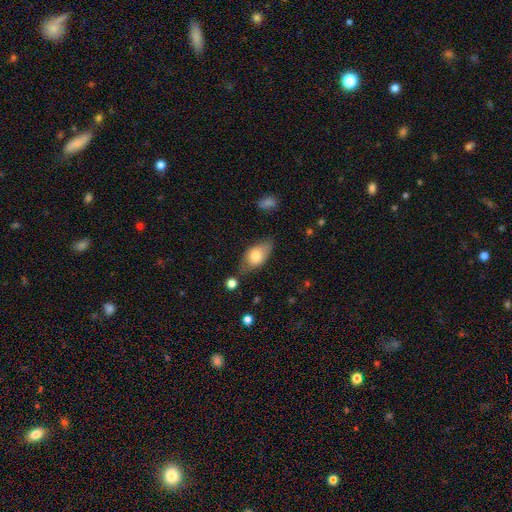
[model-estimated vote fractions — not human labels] smooth 71%, featured or disk 22%, star or artifact 7%. Down the decision tree: how rounded — in between (87%); merging — none (60%).